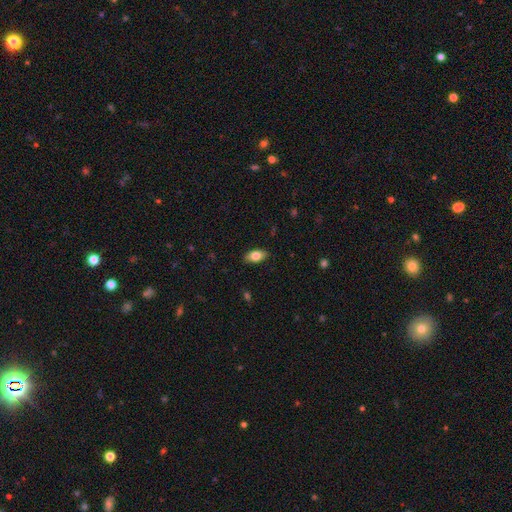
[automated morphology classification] Smooth or featured: smooth — 79% (featured or disk — 14%)
How rounded: in between — 90% (cigar-shaped — 5%)
Merging: none — 87% (minor disturbance — 10%)